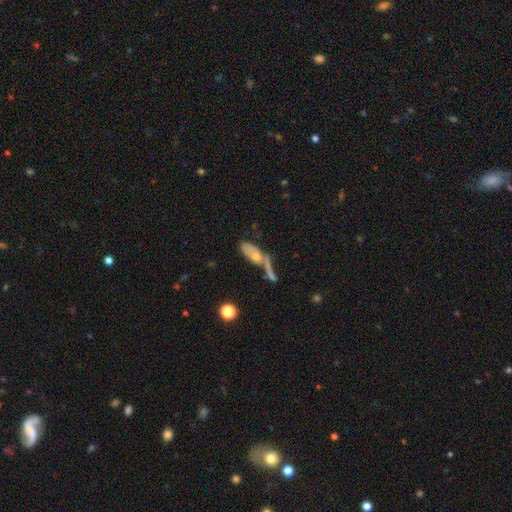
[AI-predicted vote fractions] A featured or disk galaxy (49%).

Vote fractions:
- Smooth or featured? featured or disk: 49% / smooth: 41% / star or artifact: 10%
- Merging? merger: 35% / none: 30% / major disturbance: 18% / minor disturbance: 16%